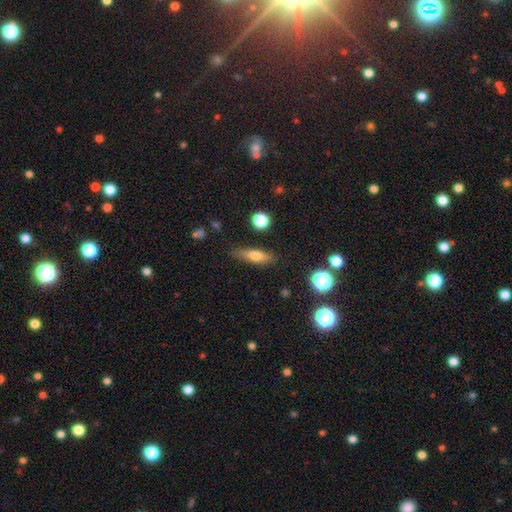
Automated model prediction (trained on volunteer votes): This is likely a smooth galaxy (63%). How rounded: possibly cigar-shaped (59%). Merging: clearly none (81%).